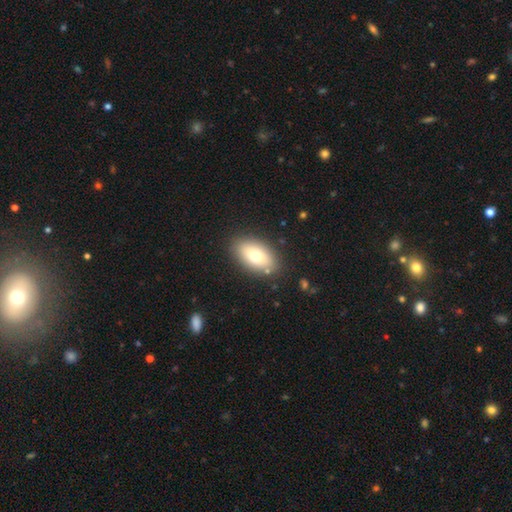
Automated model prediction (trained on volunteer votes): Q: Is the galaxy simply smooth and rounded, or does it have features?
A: smooth — 73%.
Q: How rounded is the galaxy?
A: in between — 91%.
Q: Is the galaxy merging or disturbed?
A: none — 85%.